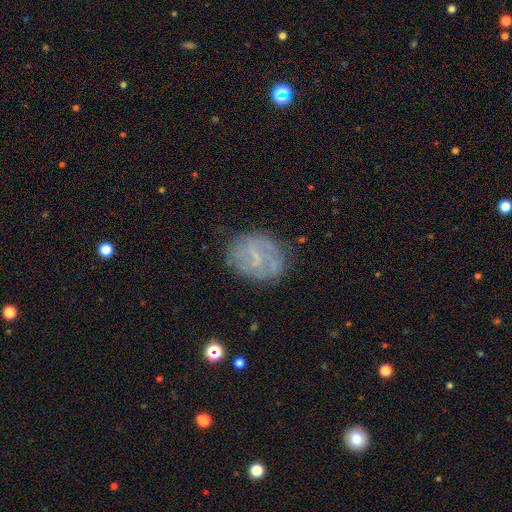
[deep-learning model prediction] The model was most divided on "spiral arms" (2-way tie): yes: 50%, no: 50%. Remaining: edge-on disk — no (97%); merging — none (74%); smooth or featured — featured or disk (54%); bulge size — small (45%); bar — weak (42%).